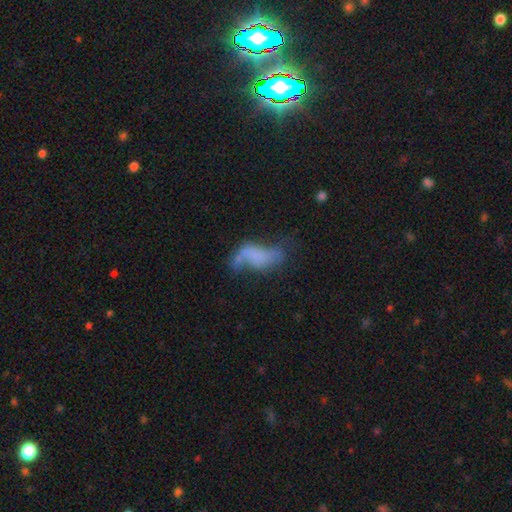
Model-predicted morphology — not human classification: Smooth or featured? Predicted: featured or disk (p=0.45). Merging? Predicted: major disturbance (p=0.38).